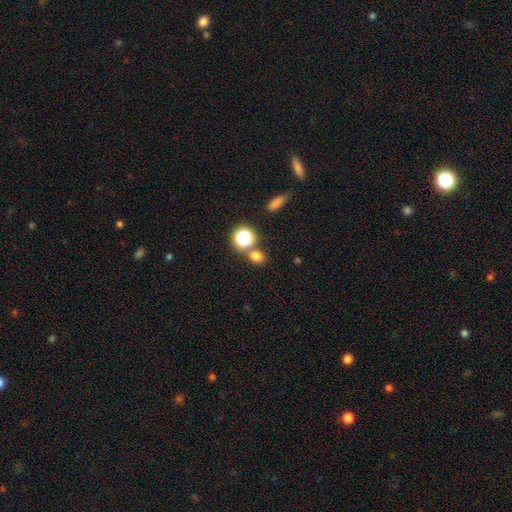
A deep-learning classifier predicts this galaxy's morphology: Overall: smooth (71%). How rounded: round (65%; in between 34%). Merging: none (71%).